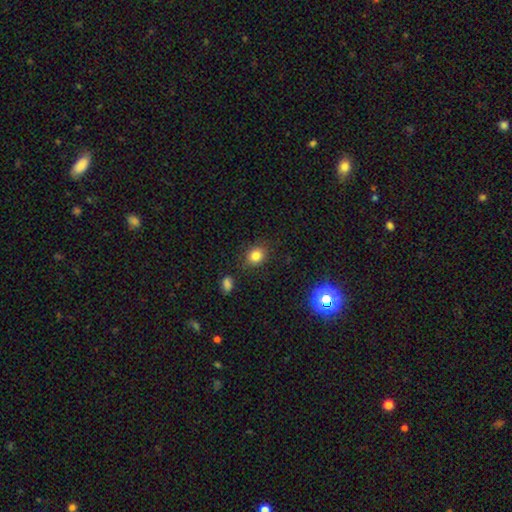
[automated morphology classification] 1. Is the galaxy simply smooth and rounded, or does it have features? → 82% smooth, 12% star or artifact, 6% featured or disk.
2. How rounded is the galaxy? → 67% round, 32% in between, 1% cigar-shaped.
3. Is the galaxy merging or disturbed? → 83% none, 12% minor disturbance, 3% major disturbance, 2% merger.